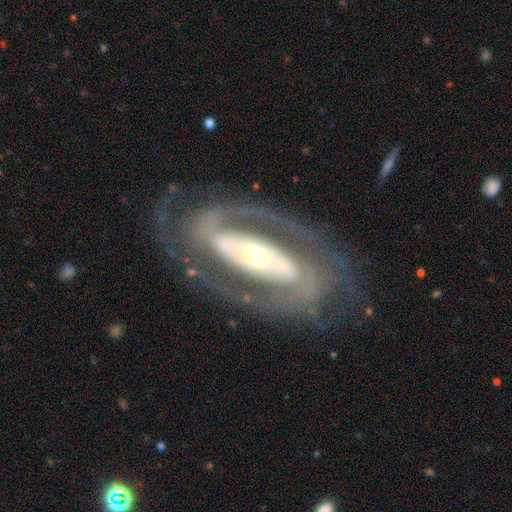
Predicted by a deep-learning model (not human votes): Morphology: type=featured or disk (90%); edge-on=no (94%); bar=strong (57%); spiral arms=yes (93%); winding=tight (50%); arm count=2 (85%); bulge=small (51%); merging=none (76%).